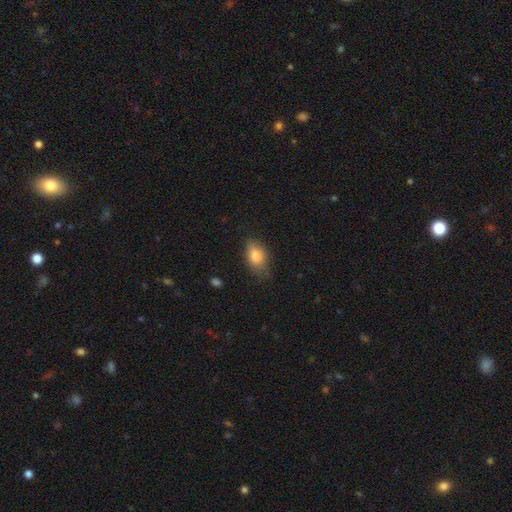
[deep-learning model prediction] A smooth galaxy with no disk features (82%) that is in between round and cigar-shaped (86%). Merging: none (64%).